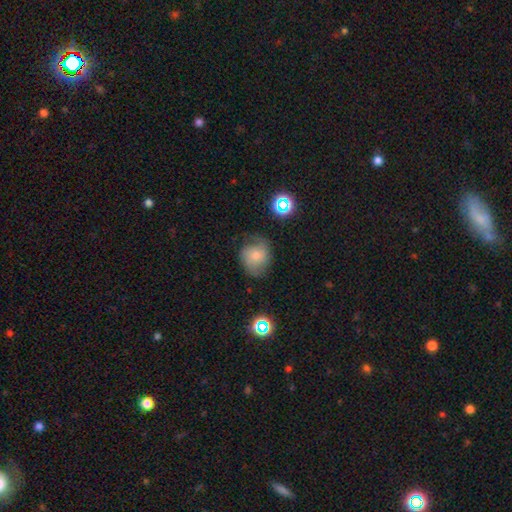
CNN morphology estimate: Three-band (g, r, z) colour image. It shows a smooth galaxy with no disk features (47%). Merging: none (58%).